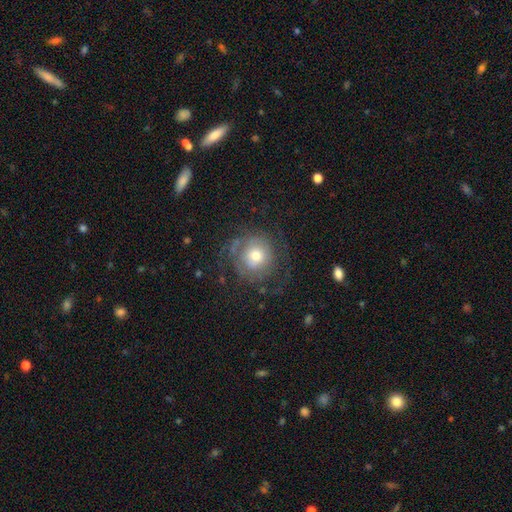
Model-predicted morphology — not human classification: Smooth or featured?
  - smooth: 48% *
  - featured or disk: 43%
  - star or artifact: 10%
Merging?
  - none: 61% *
  - minor disturbance: 18%
  - major disturbance: 18%
  - merger: 2%